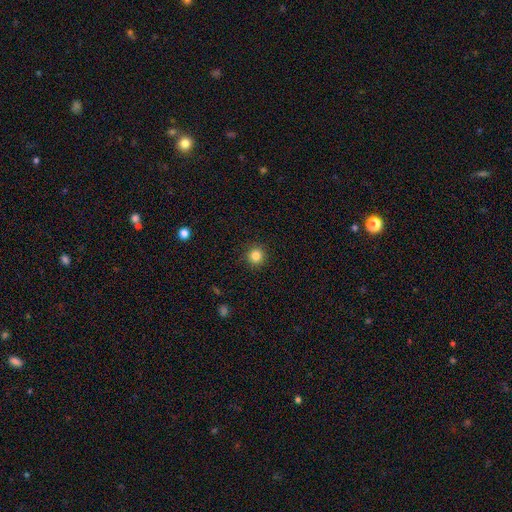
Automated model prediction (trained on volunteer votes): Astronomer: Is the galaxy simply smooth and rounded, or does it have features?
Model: smooth — 83%.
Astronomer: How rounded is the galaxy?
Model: round — 94%.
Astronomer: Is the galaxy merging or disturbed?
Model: none — 92%.